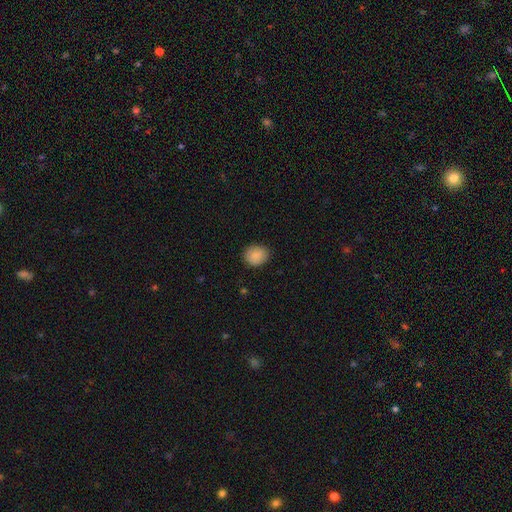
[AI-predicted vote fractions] Morphology: type=smooth (87%); roundness=round (65%); merging=none (86%).